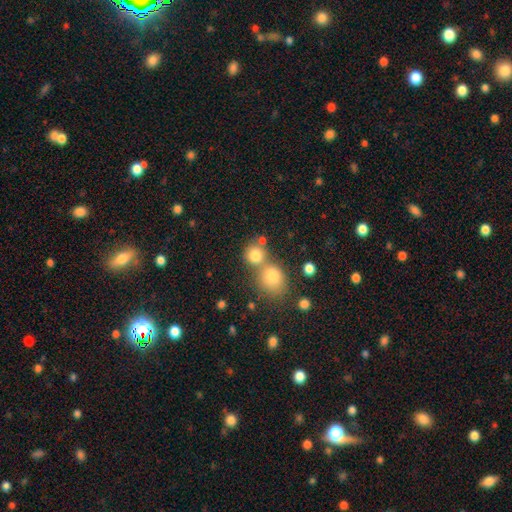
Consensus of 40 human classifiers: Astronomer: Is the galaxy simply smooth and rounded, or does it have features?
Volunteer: smooth — 75%.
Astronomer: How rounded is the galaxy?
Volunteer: round — 83%.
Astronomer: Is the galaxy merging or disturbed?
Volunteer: none — 41% (runner-up: merger, 35%).